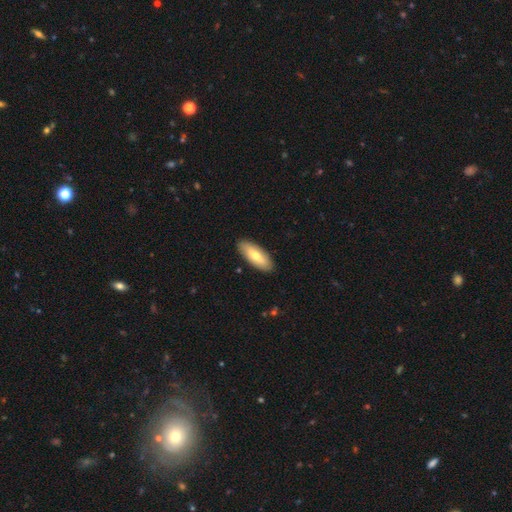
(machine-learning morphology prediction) Smooth or featured: smooth — 67% (featured or disk — 28%)
How rounded: in between — 77% (cigar-shaped — 21%)
Merging: none — 89% (minor disturbance — 8%)